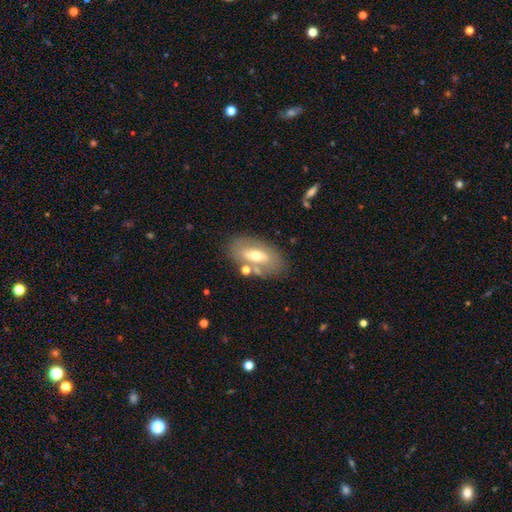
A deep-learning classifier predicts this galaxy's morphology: Smooth or featured?
  - featured or disk: 50% *
  - smooth: 42%
  - star or artifact: 8%
Merging?
  - none: 72% *
  - minor disturbance: 14%
  - merger: 8%
  - major disturbance: 5%